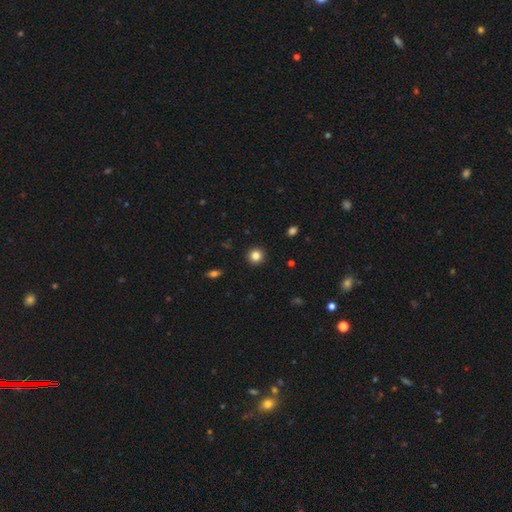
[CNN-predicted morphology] Smooth or featured? smooth (83%)
How rounded? round (94%)
Merging? none (93%)